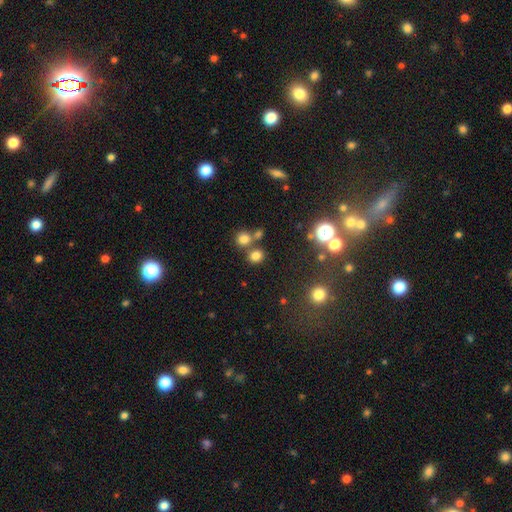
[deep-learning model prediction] Smooth or featured?
  - smooth: 75% *
  - star or artifact: 18%
  - featured or disk: 7%
How rounded?
  - round: 72% *
  - in between: 27%
  - cigar-shaped: 1%
Merging?
  - none: 67% *
  - merger: 21%
  - minor disturbance: 9%
  - major disturbance: 4%